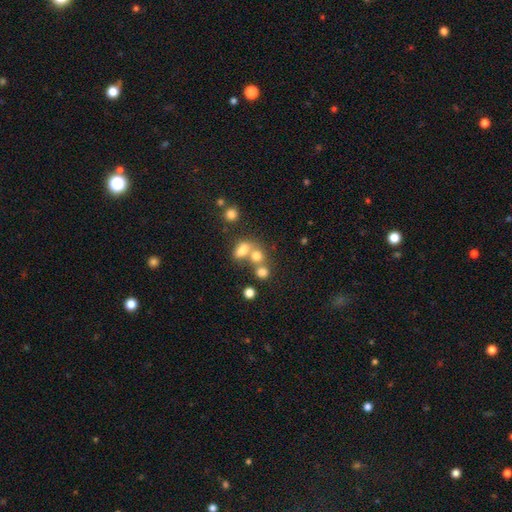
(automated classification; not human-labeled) smooth-or-featured: smooth: 58% | star or artifact: 21% | featured or disk: 21%
  how-rounded: round: 52% | in between: 45% | cigar-shaped: 3%
  merging: merger: 51% | none: 35% | minor disturbance: 8% | major disturbance: 6%